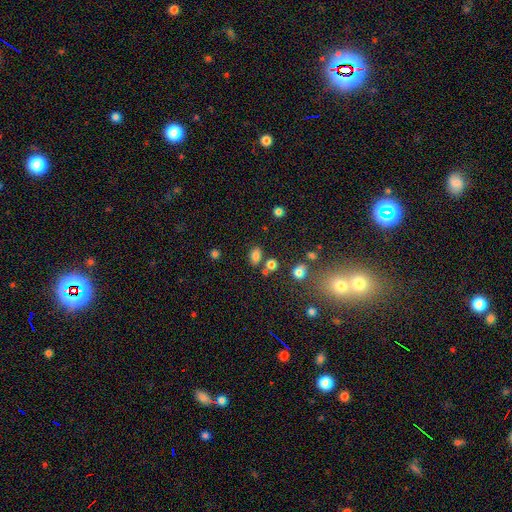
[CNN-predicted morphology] The model was most divided on "merging": none: 72%, minor disturbance: 13%, merger: 11%, major disturbance: 4%. More confident: how rounded — in between (82%); smooth or featured — smooth (79%).